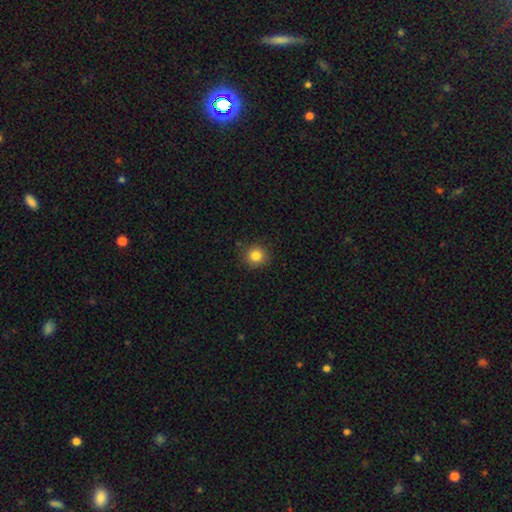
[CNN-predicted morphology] A smooth galaxy with no disk features (83%) that is round (92%). Merging: none (89%).